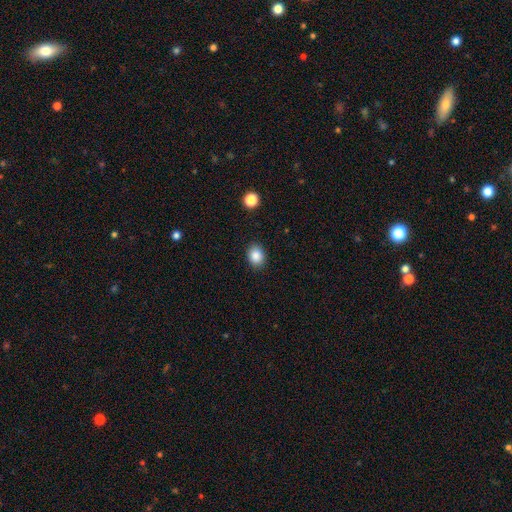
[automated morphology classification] smooth 87%, star or artifact 9%, featured or disk 4%. Down the decision tree: how rounded — in between (52%); merging — none (89%).